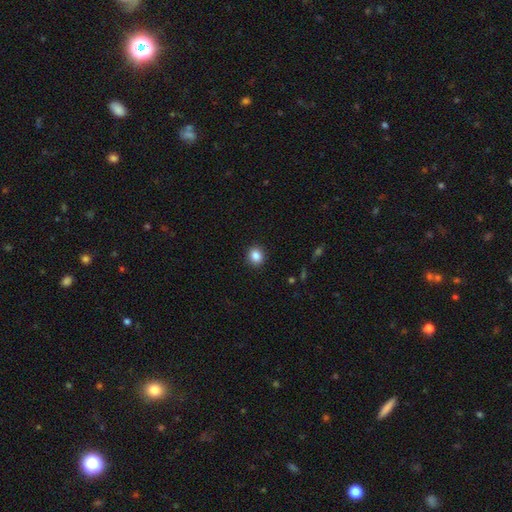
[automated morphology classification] A smooth galaxy with no disk features (86%) that is round (72%). Merging: none (90%).